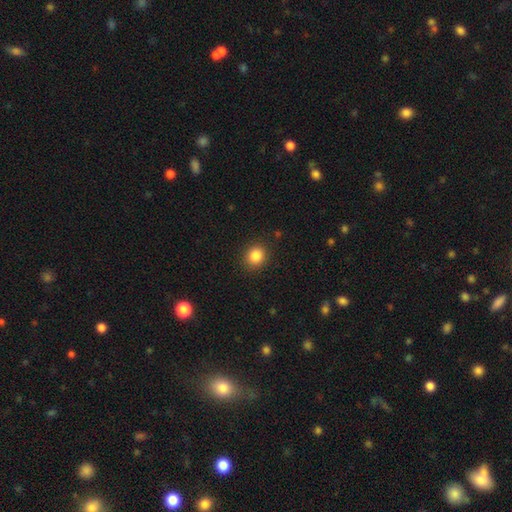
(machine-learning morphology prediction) This appears to be a smooth galaxy with no disk features (85%) that is round (82%). Merging: none (89%).